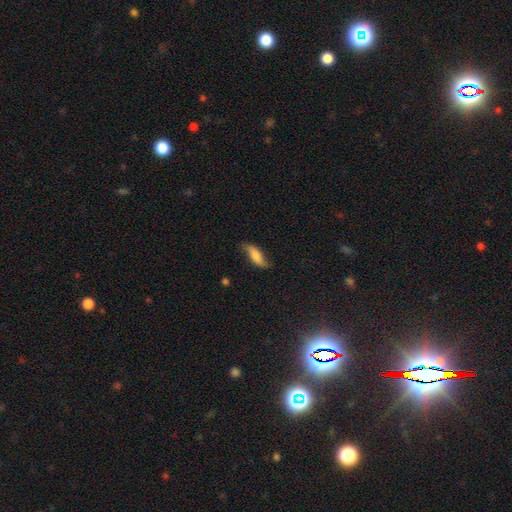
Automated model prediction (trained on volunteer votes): Smooth or featured: smooth — 55% (featured or disk — 37%)
How rounded: in between — 64% (cigar-shaped — 33%)
Merging: none — 66% (minor disturbance — 25%)